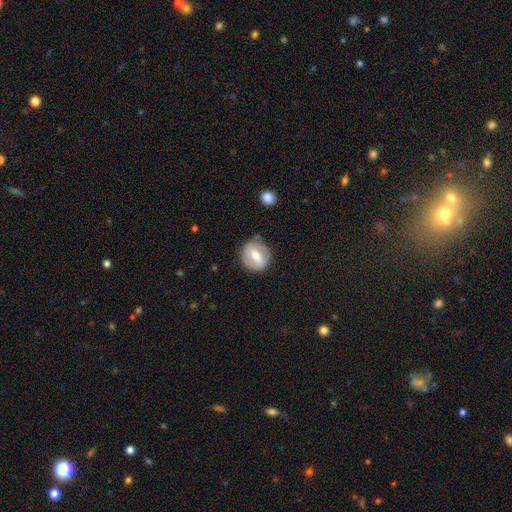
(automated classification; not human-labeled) Q: Smooth or featured?
A: featured or disk (48%); runner-up: smooth (46%)
Q: Merging?
A: none (79%); runner-up: minor disturbance (15%)